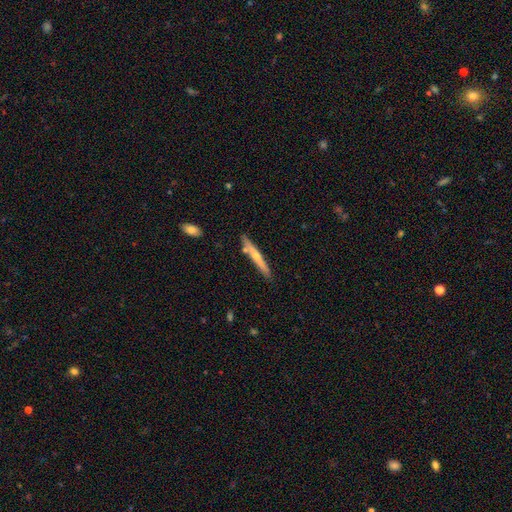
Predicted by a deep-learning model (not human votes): Smooth or featured: featured or disk — 51% (smooth — 43%)
Edge-on disk: yes — 95% (no — 5%)
Merging: none — 82% (minor disturbance — 11%)